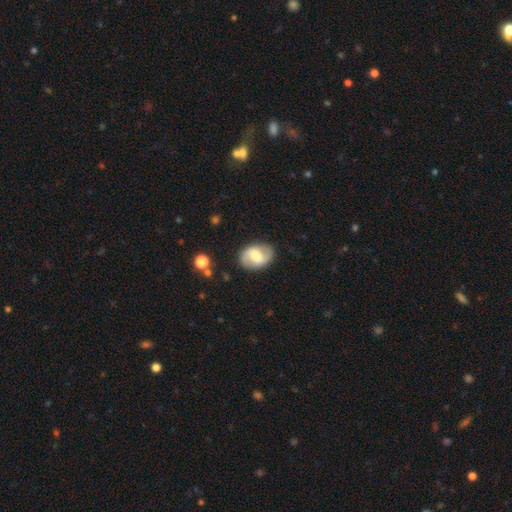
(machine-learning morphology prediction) A featured or disk galaxy (64%) with a weak bar (49%), 2 (89%) medium (44%) spiral arms (81%) and a moderate central bulge (58%).

Vote fractions:
- Smooth or featured? featured or disk: 64% / smooth: 30% / star or artifact: 6%
- Edge-on disk? no: 97% / yes: 3%
- Bar? weak: 49% / strong: 26% / no: 25%
- Spiral arms? yes: 81% / no: 19%
- Spiral winding? medium: 44% / loose: 35% / tight: 21%
- Spiral arm count? 2: 89% / can't tell: 6% / 1: 2% / 3: 1% / 4: 1% / more than 4: 1%
- Bulge size? moderate: 58% / large: 20% / small: 16% / none: 3% / dominant: 2%
- Merging? none: 84% / minor disturbance: 11% / major disturbance: 3% / merger: 1%